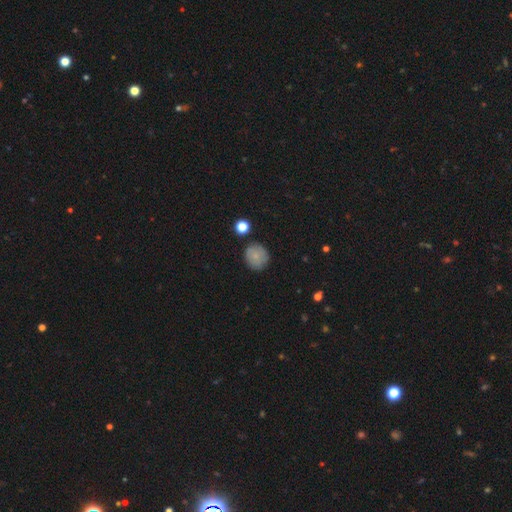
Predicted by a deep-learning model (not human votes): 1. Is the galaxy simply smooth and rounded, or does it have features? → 77% smooth, 13% featured or disk, 9% star or artifact.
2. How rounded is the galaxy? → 85% round, 14% in between, 1% cigar-shaped.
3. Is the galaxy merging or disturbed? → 82% none, 12% minor disturbance, 3% major disturbance, 3% merger.